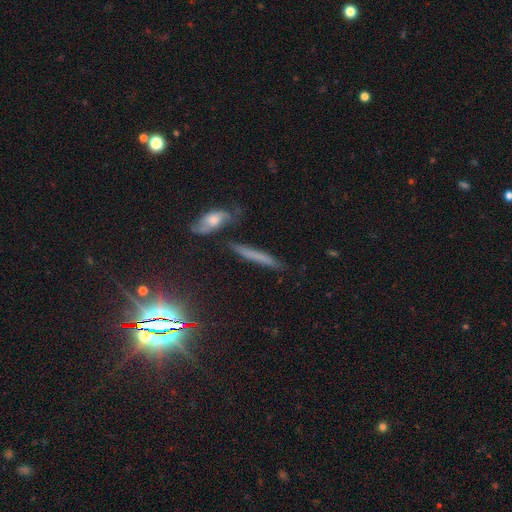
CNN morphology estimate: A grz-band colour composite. It shows a smooth galaxy with no disk features (51%) that is cigar-shaped (91%). Merging: none (77%).